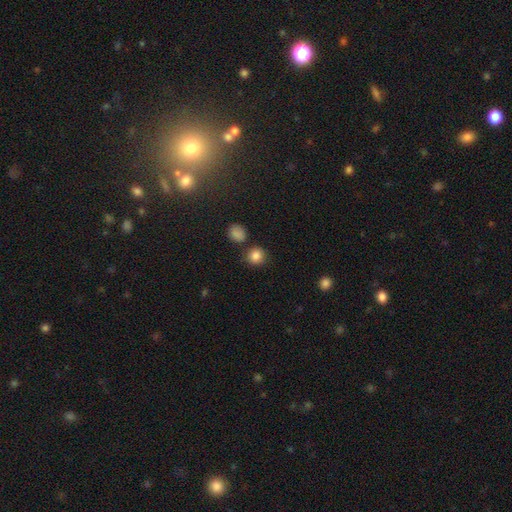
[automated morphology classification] smooth 84%, star or artifact 11%, featured or disk 4%. Down the decision tree: how rounded — round (89%); merging — none (79%).